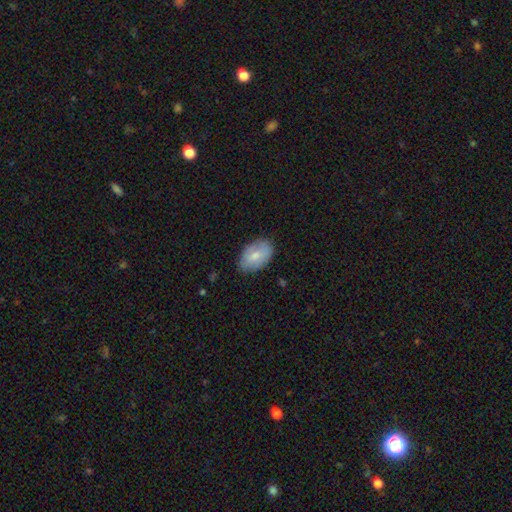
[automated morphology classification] Overall: smooth (71%). How rounded: in between (92%). Merging: none (78%).